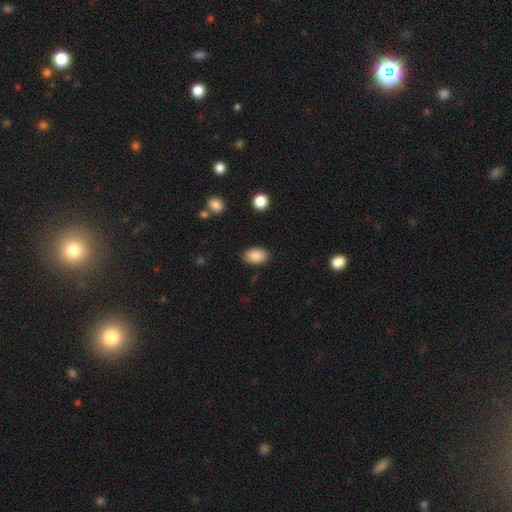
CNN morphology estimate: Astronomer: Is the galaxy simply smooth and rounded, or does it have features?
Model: smooth — 88%.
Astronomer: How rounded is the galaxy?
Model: in between — 90%.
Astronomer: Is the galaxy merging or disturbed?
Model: none — 87%.